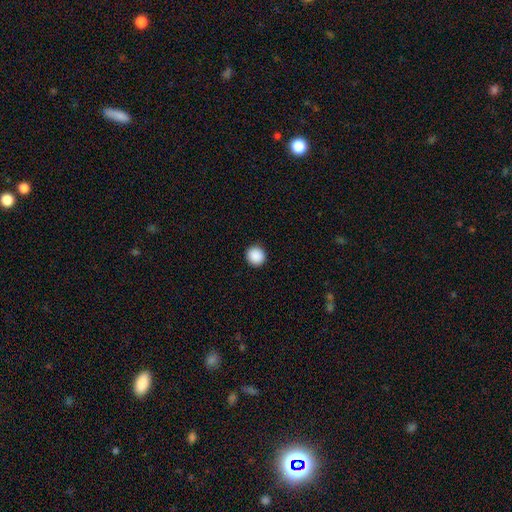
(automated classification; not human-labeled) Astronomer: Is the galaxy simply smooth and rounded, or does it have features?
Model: smooth — 90%.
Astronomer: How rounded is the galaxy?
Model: round — 94%.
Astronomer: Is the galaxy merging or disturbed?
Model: none — 93%.